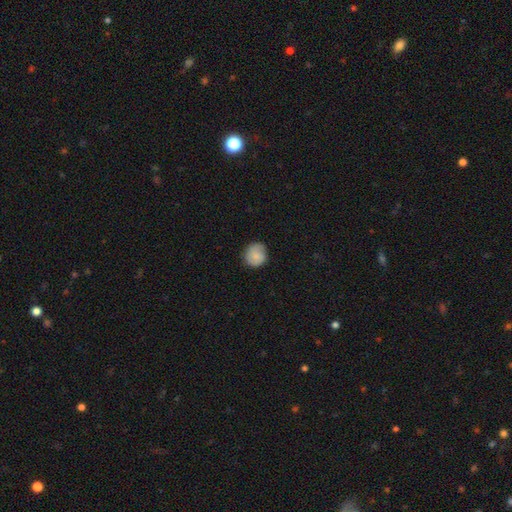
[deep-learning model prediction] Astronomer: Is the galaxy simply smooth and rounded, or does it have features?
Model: smooth — 76%.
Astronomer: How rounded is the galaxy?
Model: round — 83%.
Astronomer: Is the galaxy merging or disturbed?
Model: none — 73%.